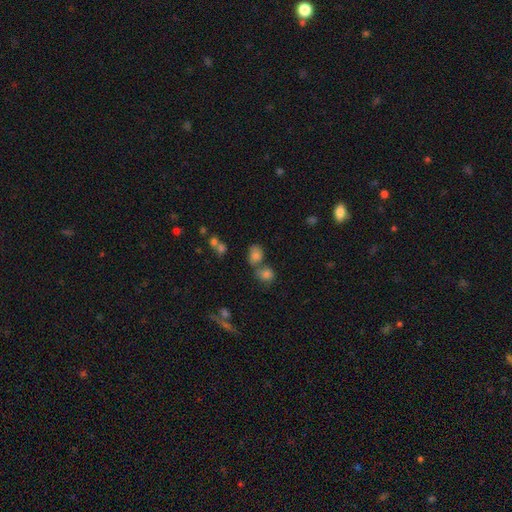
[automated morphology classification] Smooth or featured? Predicted: smooth (p=0.72). How rounded? Predicted: in between (p=0.55). Merging? Predicted: merger (p=0.42).